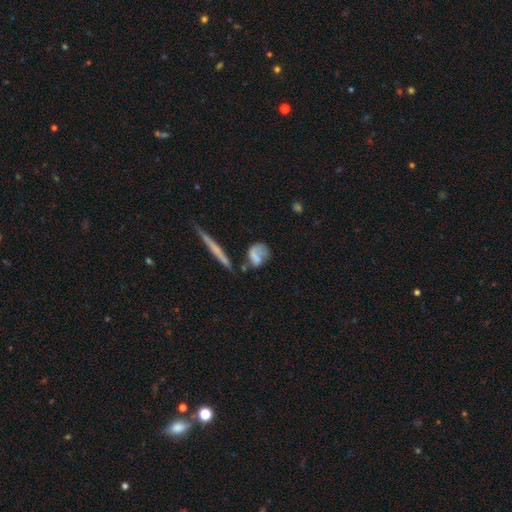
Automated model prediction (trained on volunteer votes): The model was most divided on "how rounded": round: 47%, in between: 43%, cigar-shaped: 10%. Remaining: smooth or featured — smooth (58%); merging — none (44%).